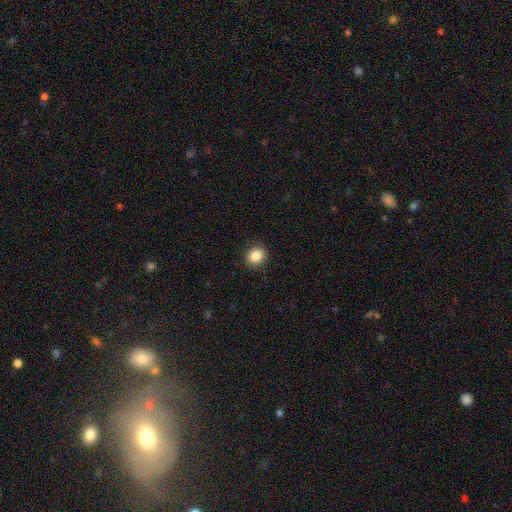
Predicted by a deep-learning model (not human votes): A smooth galaxy with no disk features (86%) that is round (78%). Merging: none (91%).